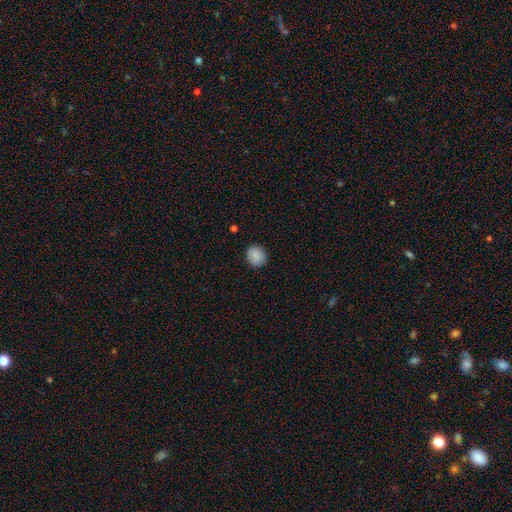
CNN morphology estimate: A smooth galaxy with no disk features (88%) that is round (83%).

Vote fractions:
- Smooth or featured? smooth: 88% / star or artifact: 8% / featured or disk: 4%
- How rounded? round: 83% / in between: 16% / cigar-shaped: 1%
- Merging? none: 90% / minor disturbance: 7% / major disturbance: 2% / merger: 1%